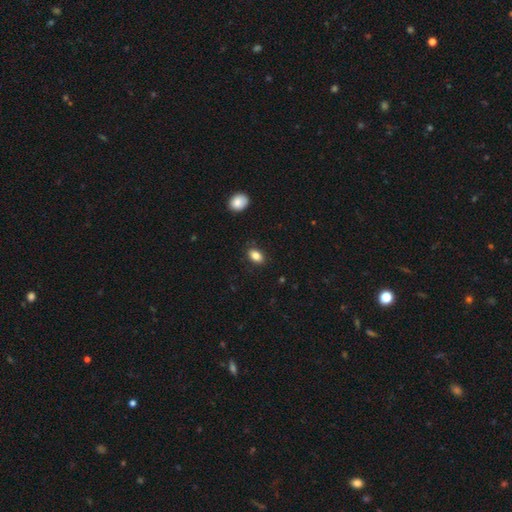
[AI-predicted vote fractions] Morphology: type=smooth (85%); roundness=in between (85%); merging=none (86%).